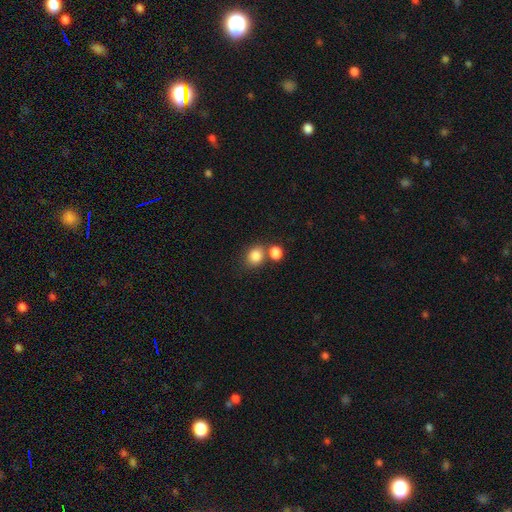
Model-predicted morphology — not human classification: smooth_or_featured: smooth (p=0.84) [alt: star or artifact p=0.10]
how_rounded: round (p=0.57) [alt: in between p=0.42]
merging: none (p=0.56) [alt: merger p=0.30]